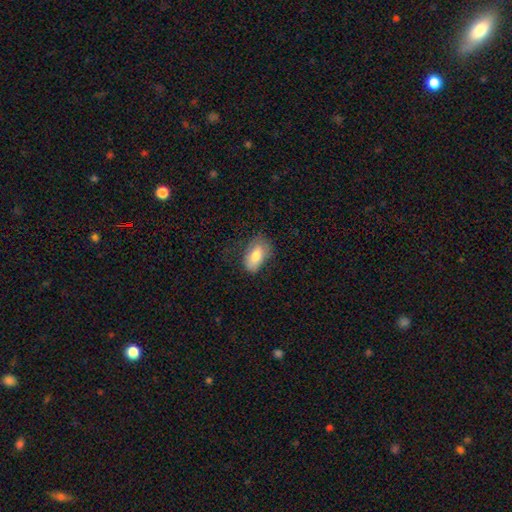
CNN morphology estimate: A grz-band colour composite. It shows a smooth galaxy with no disk features (80%) that is in between round and cigar-shaped (93%). Merging: none (60%).